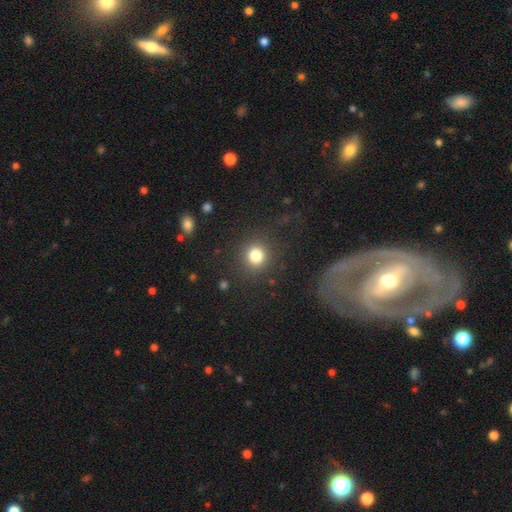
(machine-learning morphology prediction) smooth 81%, star or artifact 13%, featured or disk 6%. Down the decision tree: how rounded — round (88%); merging — none (86%).